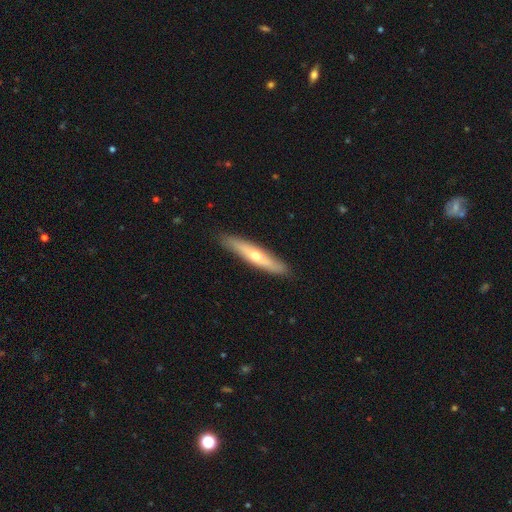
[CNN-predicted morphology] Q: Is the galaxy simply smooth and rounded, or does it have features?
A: featured or disk — 52%.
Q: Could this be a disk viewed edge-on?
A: yes — 82%.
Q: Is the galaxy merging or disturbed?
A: none — 89%.